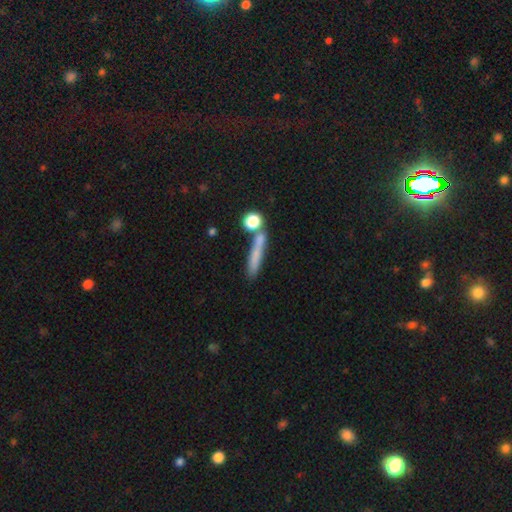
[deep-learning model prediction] Morphology: type=smooth (71%); roundness=cigar-shaped (79%); merging=none (64%).